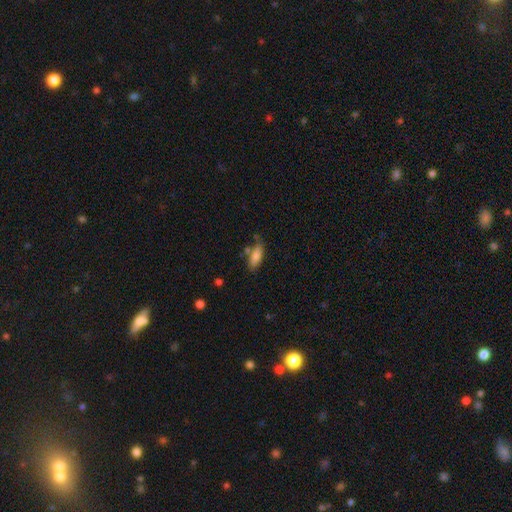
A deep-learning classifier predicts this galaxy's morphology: Smooth or featured: smooth — 77% (featured or disk — 16%)
How rounded: in between — 70% (cigar-shaped — 27%)
Merging: none — 59% (minor disturbance — 22%)